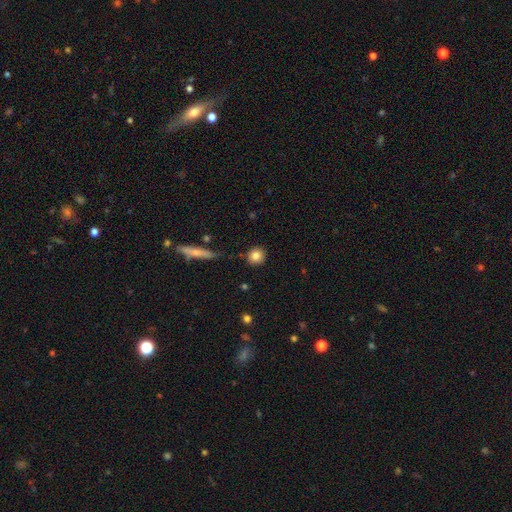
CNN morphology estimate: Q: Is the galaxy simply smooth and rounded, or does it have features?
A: smooth — 82%.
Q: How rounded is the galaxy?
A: round — 90%.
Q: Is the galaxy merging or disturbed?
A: none — 87%.